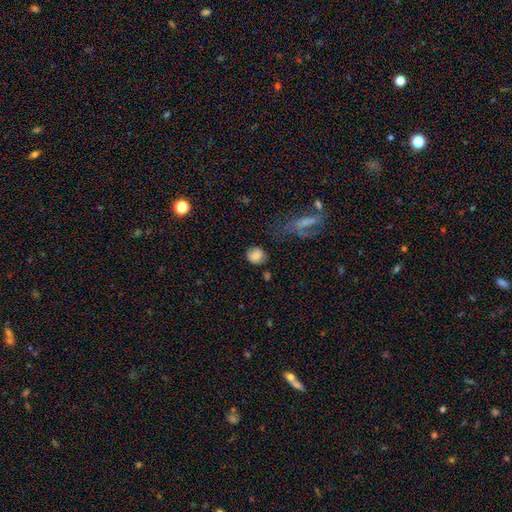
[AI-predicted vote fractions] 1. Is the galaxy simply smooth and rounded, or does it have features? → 82% smooth, 9% star or artifact, 9% featured or disk.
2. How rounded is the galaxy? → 77% round, 21% in between, 1% cigar-shaped.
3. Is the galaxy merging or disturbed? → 78% none, 14% minor disturbance, 5% major disturbance, 3% merger.